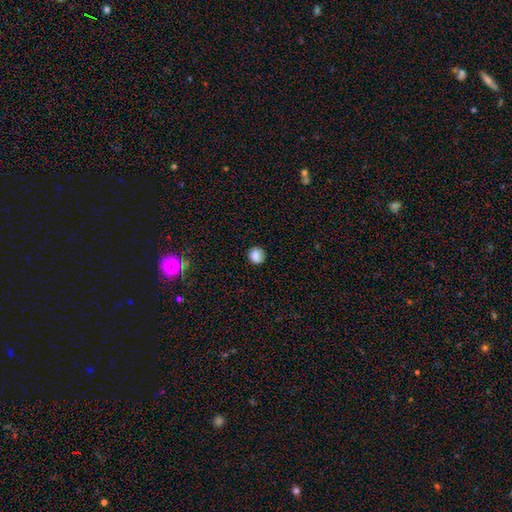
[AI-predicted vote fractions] Smooth or featured? Predicted: smooth (p=0.83). How rounded? Predicted: round (p=0.84). Merging? Predicted: none (p=0.80).